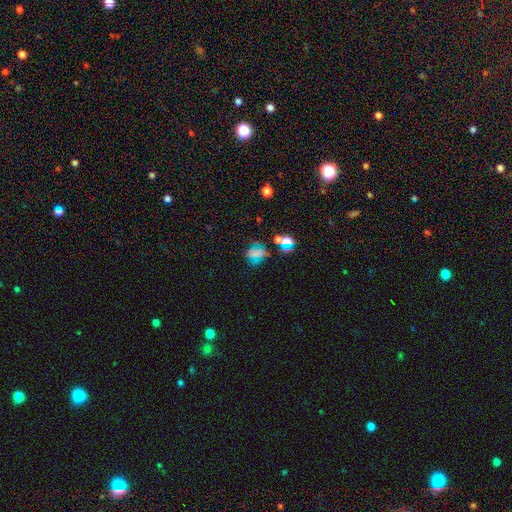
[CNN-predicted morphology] smooth 43%, star or artifact 42%, featured or disk 15%. Down the decision tree: merging — none (54%).